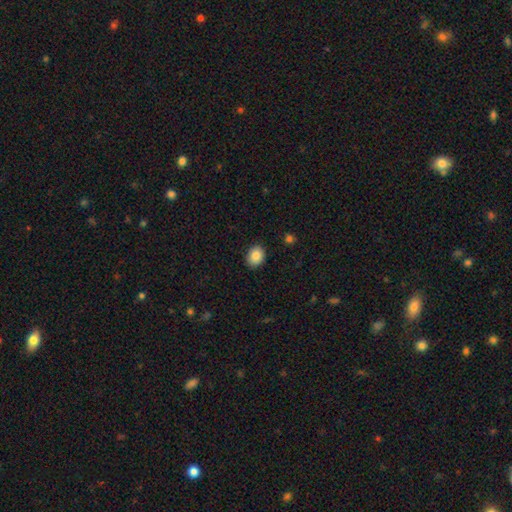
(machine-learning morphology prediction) Smooth or featured? Predicted: smooth (p=0.87). How rounded? Predicted: in between (p=0.57). Merging? Predicted: none (p=0.89).